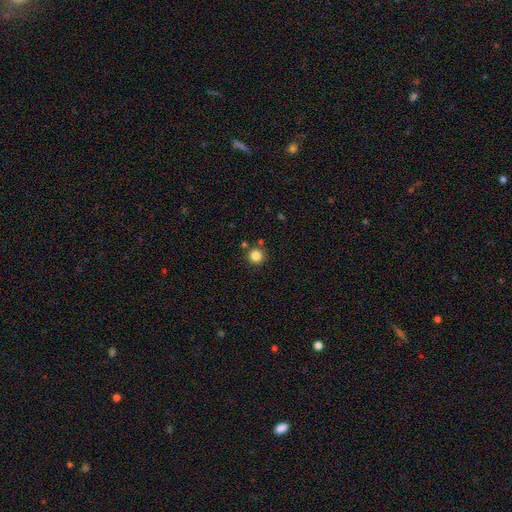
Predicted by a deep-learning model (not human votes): The model was most divided on "smooth or featured": smooth: 85%, star or artifact: 11%, featured or disk: 4%. More confident: how rounded — round (95%); merging — none (86%).